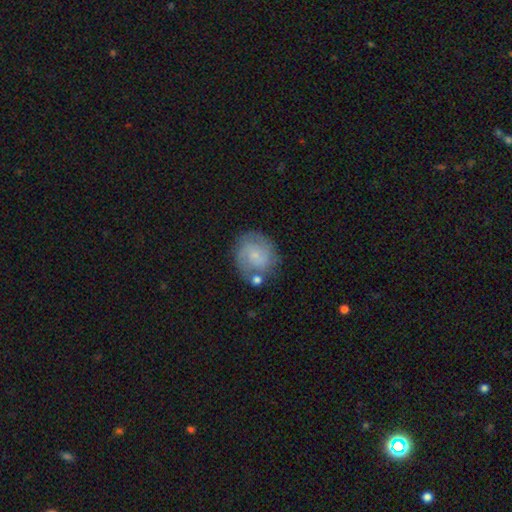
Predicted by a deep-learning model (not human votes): This is possibly a featured or disk galaxy (56%). It is clearly not viewed edge-on (98%). Bar: likely no (63%). Spiral arm pattern: clearly yes (87%). Central bulge: likely small (70%). Merging: likely none (63%).